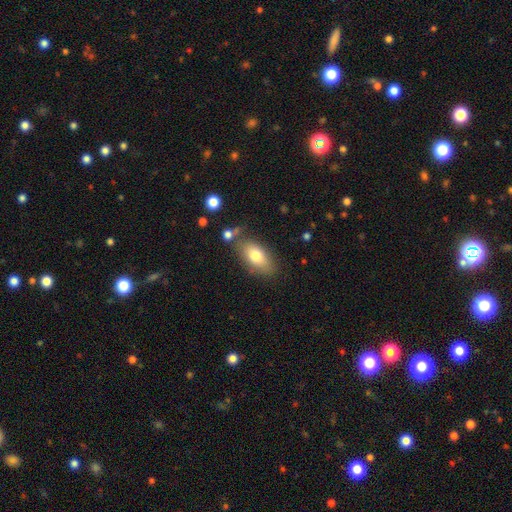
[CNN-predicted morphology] This is likely a smooth galaxy (76%). How rounded: clearly in between (90%). Merging: likely none (71%).